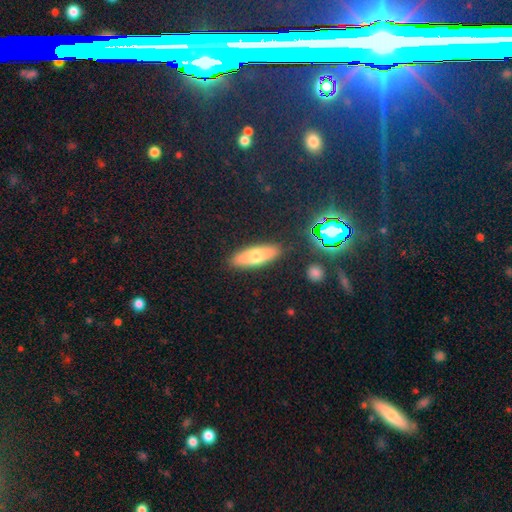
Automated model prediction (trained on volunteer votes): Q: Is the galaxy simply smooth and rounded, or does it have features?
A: smooth — 65%.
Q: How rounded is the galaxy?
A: in between — 51%.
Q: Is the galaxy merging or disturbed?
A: none — 88%.